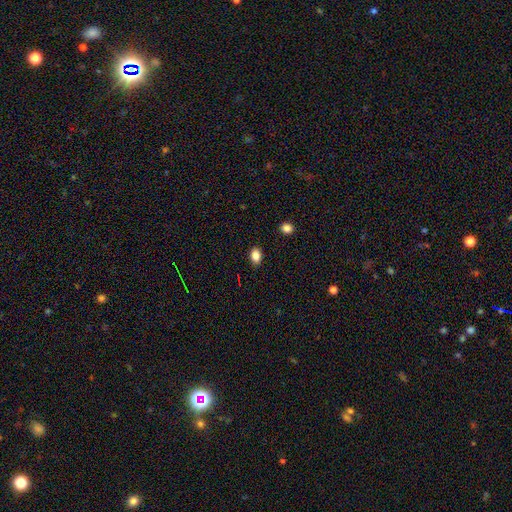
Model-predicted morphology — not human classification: Smooth or featured?
  - smooth: 85% *
  - star or artifact: 10%
  - featured or disk: 5%
How rounded?
  - in between: 75% *
  - round: 23%
  - cigar-shaped: 1%
Merging?
  - none: 88% *
  - minor disturbance: 9%
  - major disturbance: 2%
  - merger: 1%